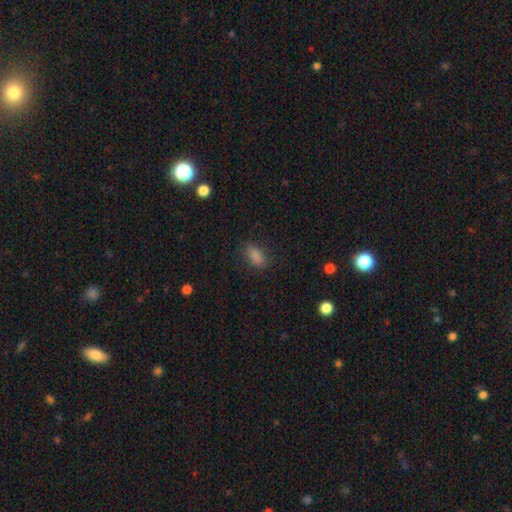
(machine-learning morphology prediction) Smooth or featured? Predicted: smooth (p=0.82). How rounded? Predicted: in between (p=0.82). Merging? Predicted: none (p=0.83).